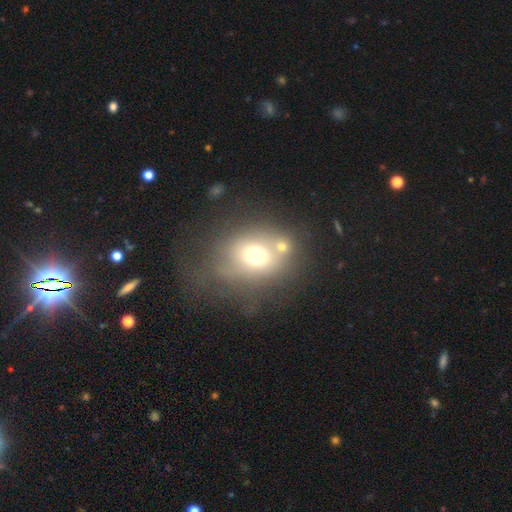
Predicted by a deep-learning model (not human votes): Smooth or featured?
  - smooth: 62% *
  - featured or disk: 24%
  - star or artifact: 14%
How rounded?
  - in between: 57% *
  - round: 42%
  - cigar-shaped: 1%
Merging?
  - none: 44% *
  - minor disturbance: 22%
  - merger: 18%
  - major disturbance: 16%